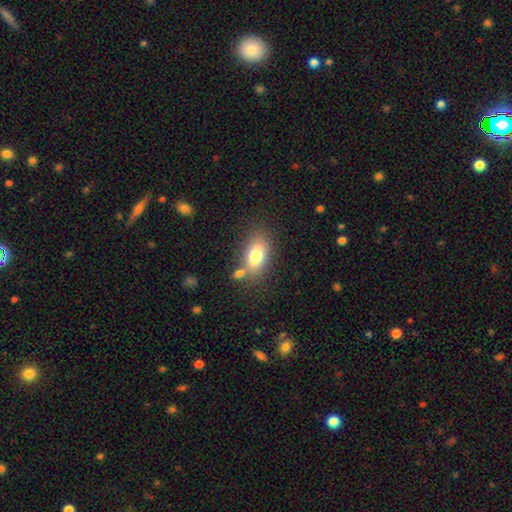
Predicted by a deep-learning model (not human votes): This appears to be a smooth galaxy with no disk features (76%) that is in between round and cigar-shaped (86%). Merging: none (68%).